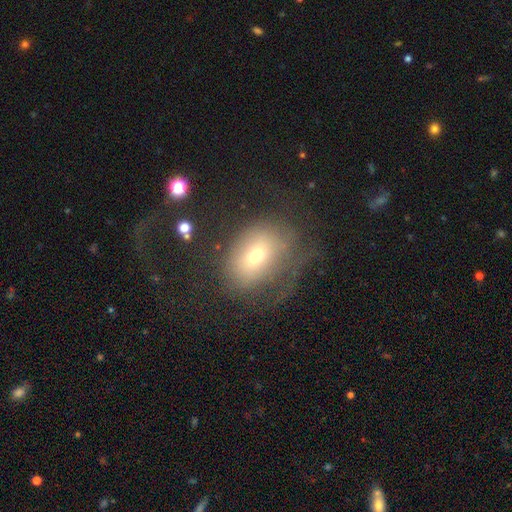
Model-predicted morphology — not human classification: Smooth or featured? smooth (61%)
How rounded? in between (68%)
Merging? none (41%)